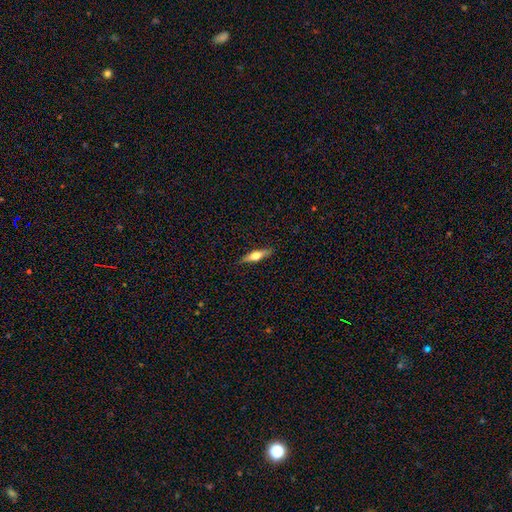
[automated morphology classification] Q: Smooth or featured?
A: featured or disk (48%); runner-up: smooth (46%)
Q: Merging?
A: none (88%); runner-up: minor disturbance (9%)